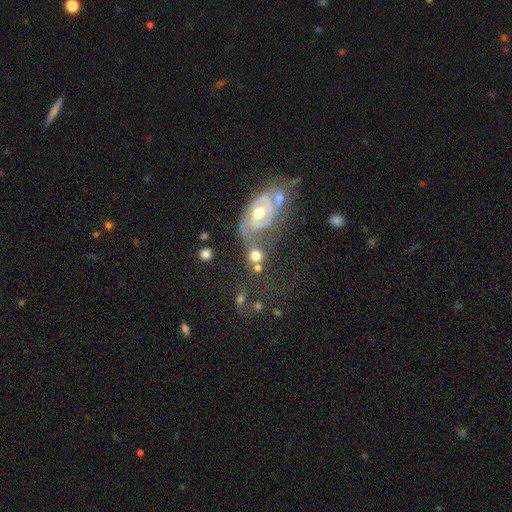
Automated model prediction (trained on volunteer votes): Morphology: type=smooth (54%); roundness=round (67%); merging=merger (38%).